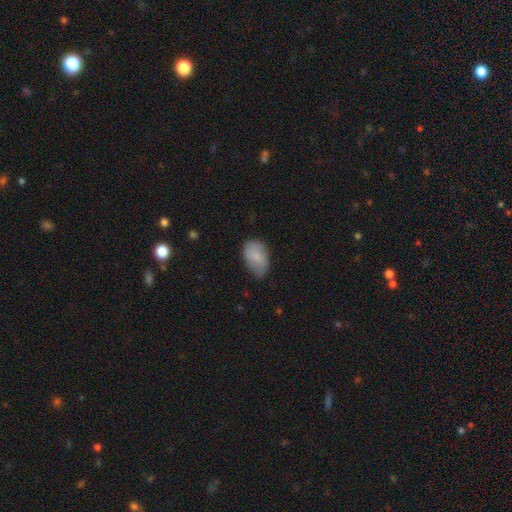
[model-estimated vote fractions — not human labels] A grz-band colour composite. It shows a smooth galaxy with no disk features (80%) that is in between round and cigar-shaped (89%). Merging: none (56%).